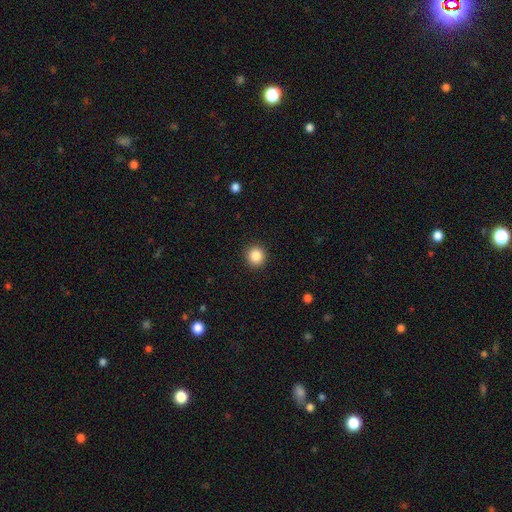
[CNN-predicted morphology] Smooth or featured?
  - smooth: 86% *
  - star or artifact: 10%
  - featured or disk: 4%
How rounded?
  - round: 93% *
  - in between: 6%
  - cigar-shaped: 1%
Merging?
  - none: 92% *
  - minor disturbance: 5%
  - major disturbance: 2%
  - merger: 1%